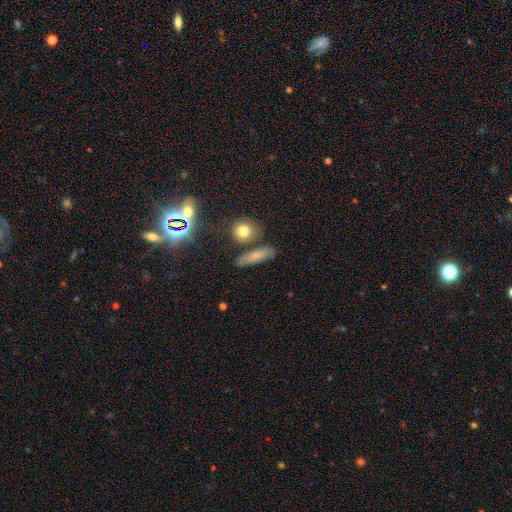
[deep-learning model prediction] smooth_or_featured: smooth (p=0.66) [alt: featured or disk p=0.19]
how_rounded: cigar-shaped (p=0.60) [alt: in between p=0.30]
merging: none (p=0.75) [alt: minor disturbance p=0.13]